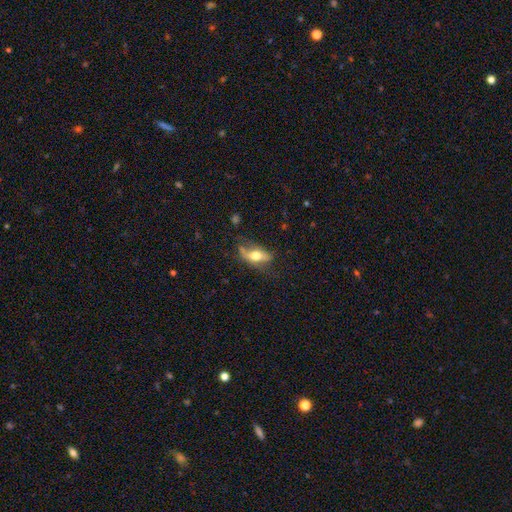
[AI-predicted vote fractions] A smooth galaxy with no disk features (50%). Merging: none (57%).